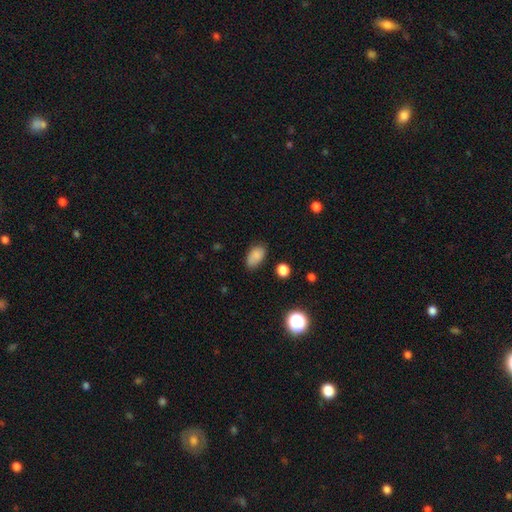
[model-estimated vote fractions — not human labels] This is clearly a smooth galaxy (84%). How rounded: clearly in between (91%). Merging: likely none (73%).